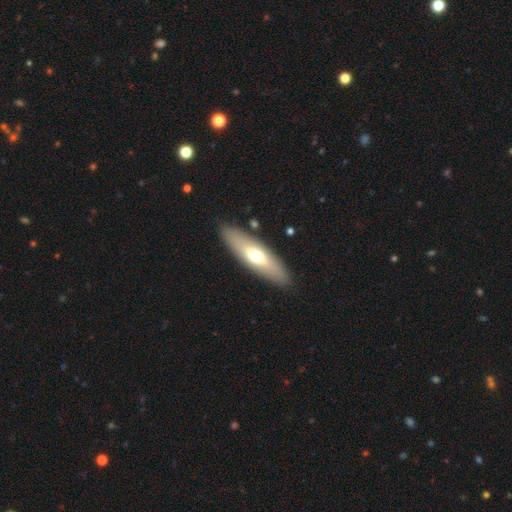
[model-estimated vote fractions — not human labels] smooth_or_featured: smooth (p=0.57) [alt: featured or disk p=0.37]
how_rounded: cigar-shaped (p=0.56) [alt: in between p=0.42]
merging: none (p=0.88) [alt: minor disturbance p=0.08]